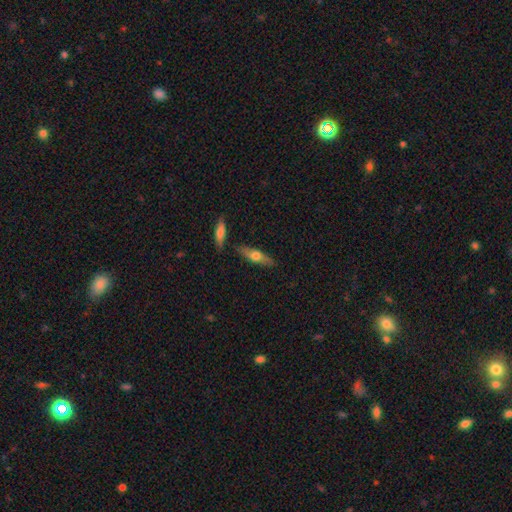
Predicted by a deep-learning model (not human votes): smooth_or_featured: smooth (p=0.50) [alt: featured or disk p=0.44]
merging: none (p=0.81) [alt: minor disturbance p=0.10]